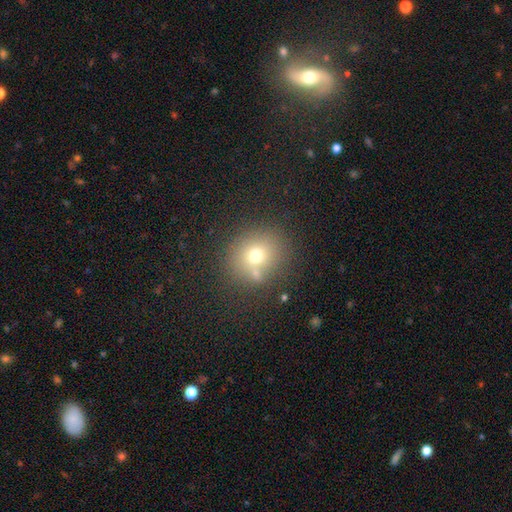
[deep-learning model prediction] Smooth or featured?
  - smooth: 68% *
  - star or artifact: 17%
  - featured or disk: 15%
How rounded?
  - round: 79% *
  - in between: 20%
  - cigar-shaped: 1%
Merging?
  - none: 71% *
  - merger: 13%
  - minor disturbance: 12%
  - major disturbance: 5%